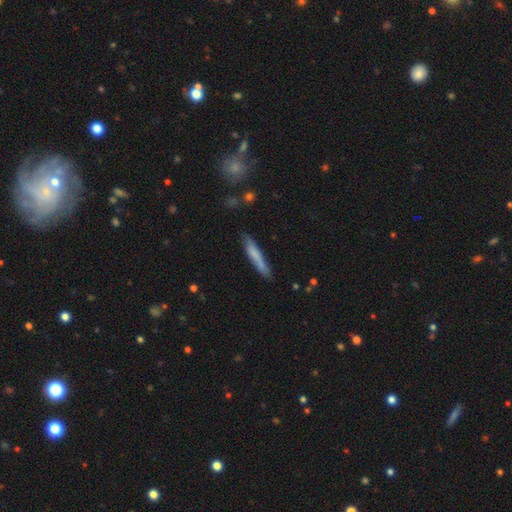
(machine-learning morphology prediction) A smooth galaxy with no disk features (67%) that is cigar-shaped (93%). Merging: none (78%).